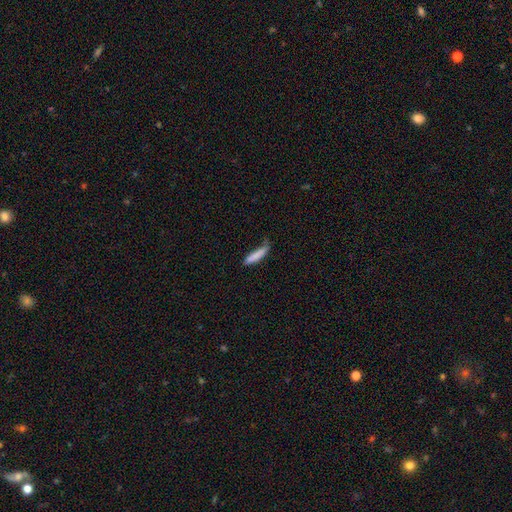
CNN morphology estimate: This appears to be a smooth galaxy with no disk features (83%) that is cigar-shaped (81%). Merging: none (55%).